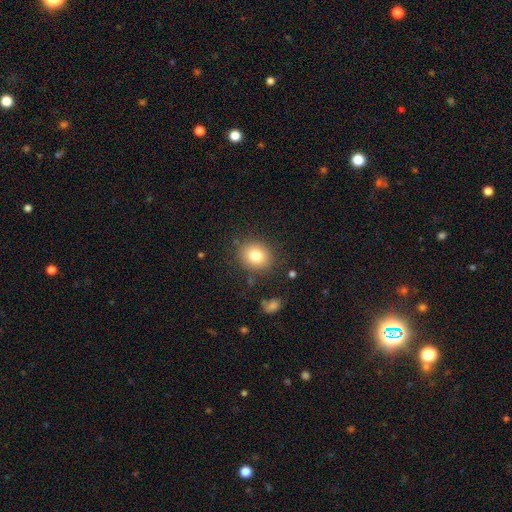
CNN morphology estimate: This appears to be a smooth galaxy with no disk features (79%) that is round (69%). Merging: none (84%).